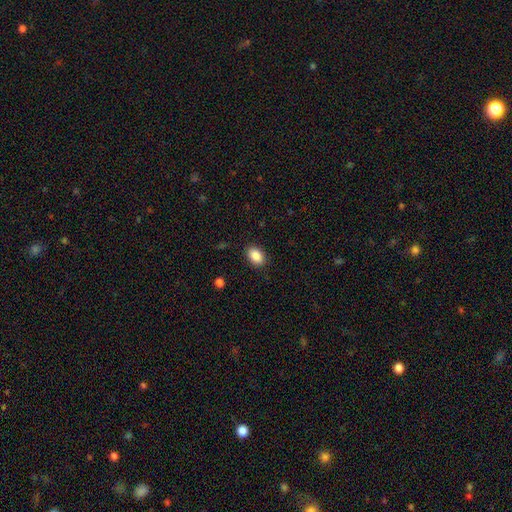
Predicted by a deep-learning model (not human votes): A smooth galaxy with no disk features (88%) that is in between round and cigar-shaped (85%).

Vote fractions:
- Smooth or featured? smooth: 88% / star or artifact: 7% / featured or disk: 4%
- How rounded? in between: 85% / round: 13% / cigar-shaped: 1%
- Merging? none: 88% / minor disturbance: 8% / major disturbance: 2% / merger: 1%